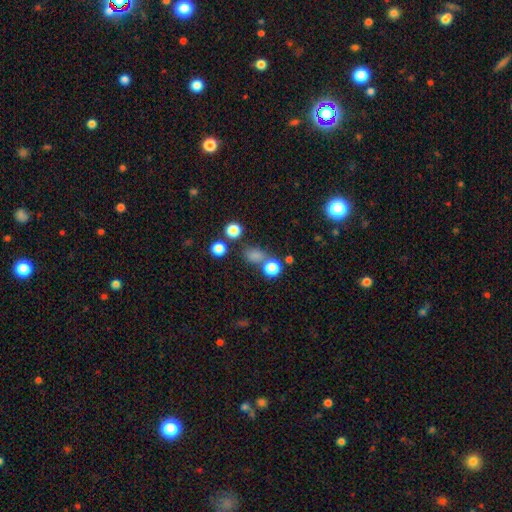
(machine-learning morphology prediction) This is likely a smooth galaxy (74%). How rounded: possibly round (52%). Merging: likely none (62%).